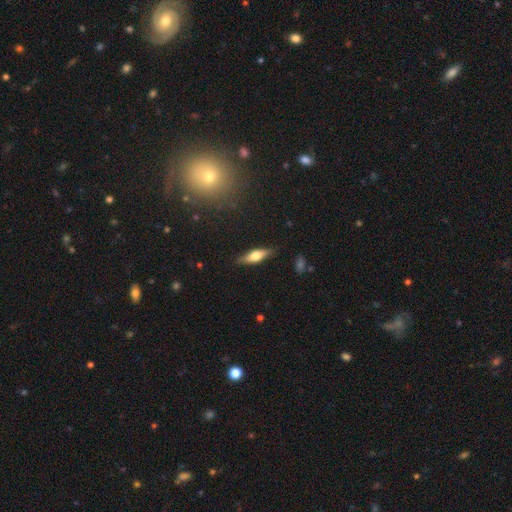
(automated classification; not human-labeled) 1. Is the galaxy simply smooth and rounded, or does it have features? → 49% smooth, 45% featured or disk, 7% star or artifact.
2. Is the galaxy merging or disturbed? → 85% none, 11% minor disturbance, 2% major disturbance, 1% merger.